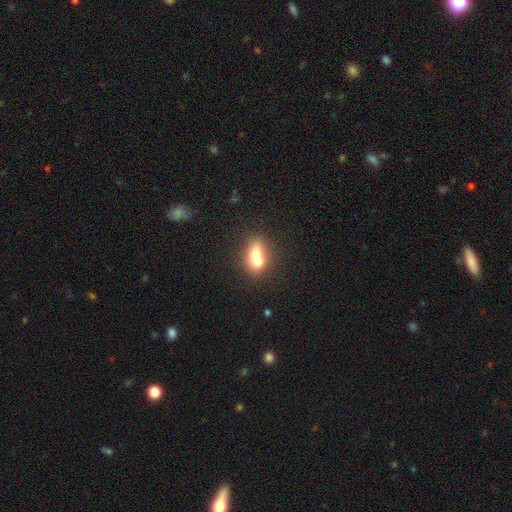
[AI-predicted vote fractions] Morphology: type=smooth (68%); roundness=in between (73%); merging=merger (49%).